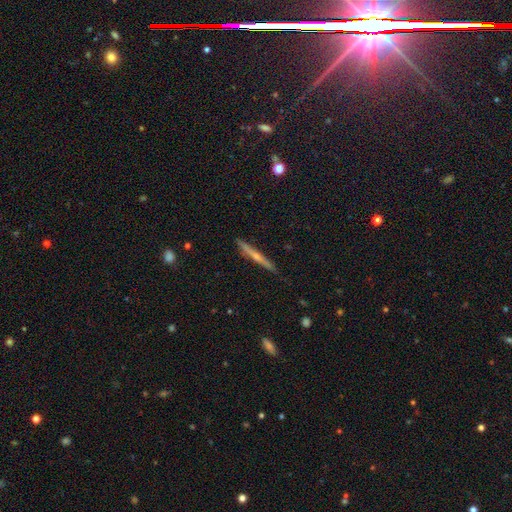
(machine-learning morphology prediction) Smooth or featured? featured or disk (61%)
Edge-on disk? yes (97%)
Edge-on bulge? rounded (61%)
Merging? none (89%)